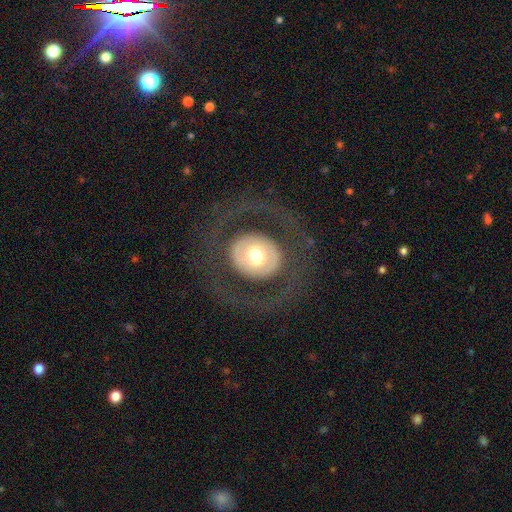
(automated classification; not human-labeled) Smooth or featured?
  - featured or disk: 53% *
  - smooth: 40%
  - star or artifact: 6%
Edge-on disk?
  - no: 93% *
  - yes: 7%
Merging?
  - none: 75% *
  - major disturbance: 14%
  - minor disturbance: 9%
  - merger: 1%